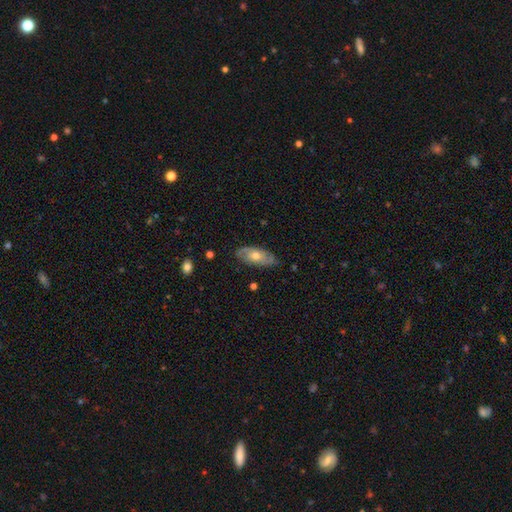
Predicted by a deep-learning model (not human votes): A featured or disk galaxy (63%) with no bar (78%), spiral arms (77%) and a moderate central bulge (69%).

Vote fractions:
- Smooth or featured? featured or disk: 63% / smooth: 30% / star or artifact: 6%
- Edge-on disk? no: 86% / yes: 14%
- Bar? no: 78% / weak: 19% / strong: 3%
- Spiral arms? yes: 77% / no: 23%
- Bulge size? moderate: 69% / small: 24% / large: 5% / none: 1% / dominant: 1%
- Merging? none: 80% / minor disturbance: 16% / major disturbance: 3% / merger: 1%